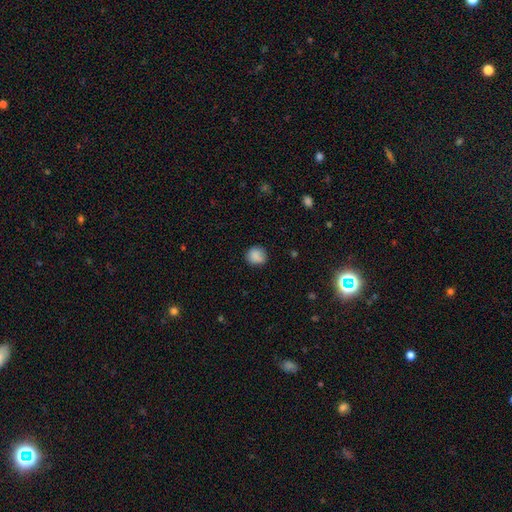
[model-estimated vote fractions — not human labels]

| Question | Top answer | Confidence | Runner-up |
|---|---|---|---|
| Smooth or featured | smooth | 87% | star or artifact (9%) |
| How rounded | round | 81% | in between (18%) |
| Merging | none | 80% | minor disturbance (16%) |